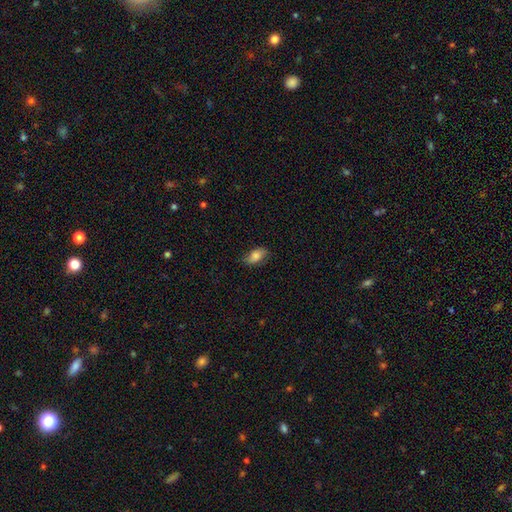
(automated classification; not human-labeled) A smooth galaxy with no disk features (78%) that is in between round and cigar-shaped (90%). Merging: none (73%).